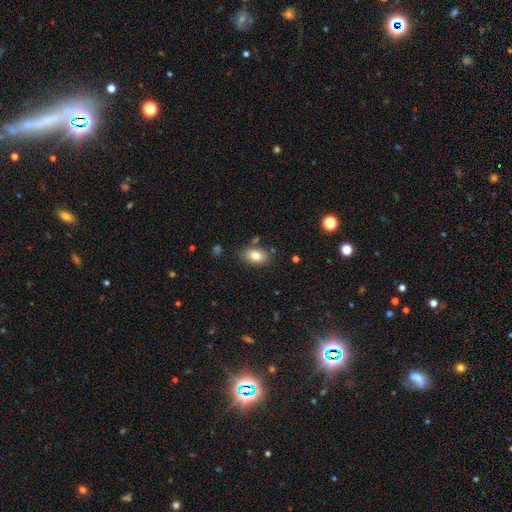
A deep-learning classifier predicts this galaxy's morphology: smooth_or_featured: smooth (p=0.82) [alt: featured or disk p=0.09]
how_rounded: in between (p=0.83) [alt: round p=0.16]
merging: none (p=0.79) [alt: minor disturbance p=0.14]